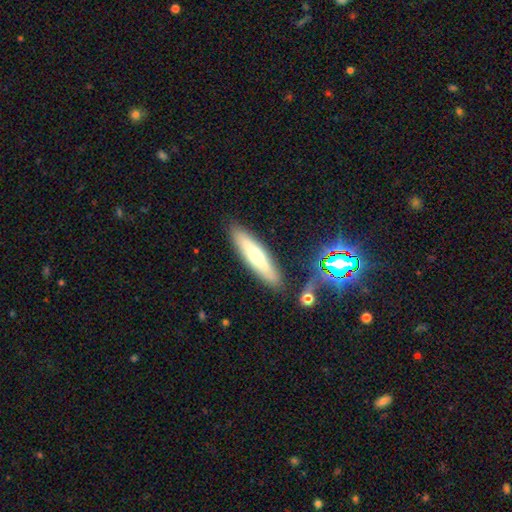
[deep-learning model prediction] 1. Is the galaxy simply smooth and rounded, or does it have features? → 53% smooth, 40% featured or disk, 8% star or artifact.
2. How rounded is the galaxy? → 77% cigar-shaped, 22% in between, 2% round.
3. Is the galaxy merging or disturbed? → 85% none, 10% minor disturbance, 3% merger, 2% major disturbance.